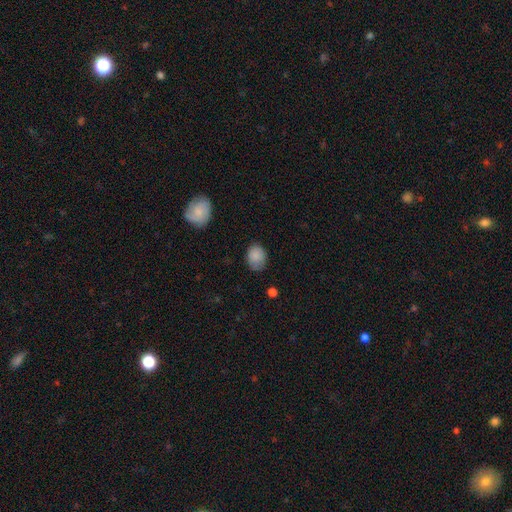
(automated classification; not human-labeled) Smooth or featured? Predicted: smooth (p=0.86). How rounded? Predicted: in between (p=0.53). Merging? Predicted: none (p=0.70).